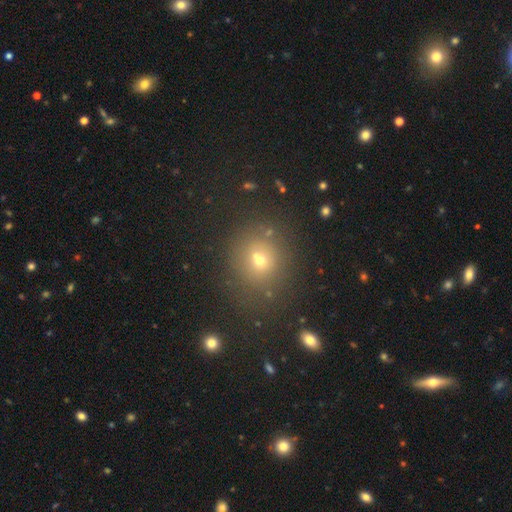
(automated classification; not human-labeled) This is likely a smooth galaxy (61%). How rounded: clearly round (83%). Merging: likely none (62%).